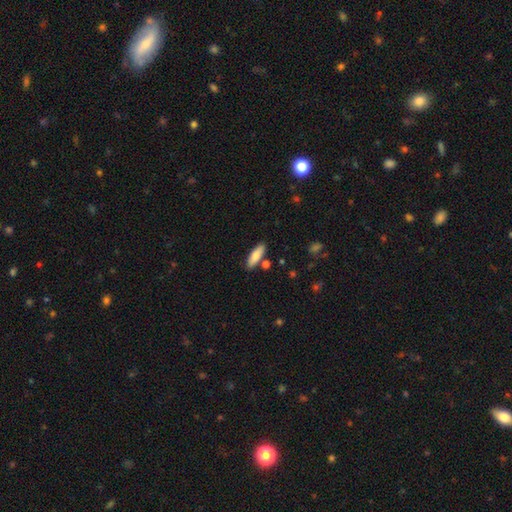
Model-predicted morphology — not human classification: This is likely a smooth galaxy (79%). How rounded: possibly in between (49%, tied with cigar-shaped). Merging: clearly none (82%).